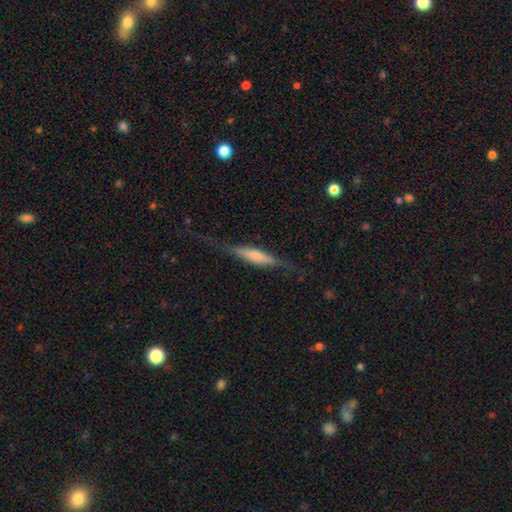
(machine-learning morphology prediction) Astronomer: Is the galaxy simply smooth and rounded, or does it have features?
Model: featured or disk — 50% (runner-up: smooth, 43%).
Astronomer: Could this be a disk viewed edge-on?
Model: yes — 91%.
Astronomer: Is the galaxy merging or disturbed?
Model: none — 71%.